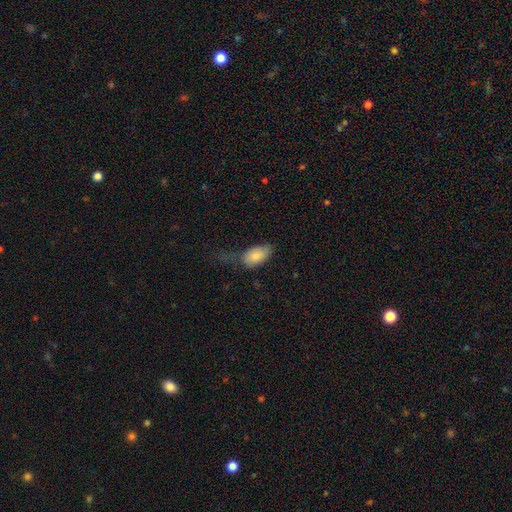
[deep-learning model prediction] Smooth or featured? smooth (83%)
How rounded? in between (93%)
Merging? none (39%)